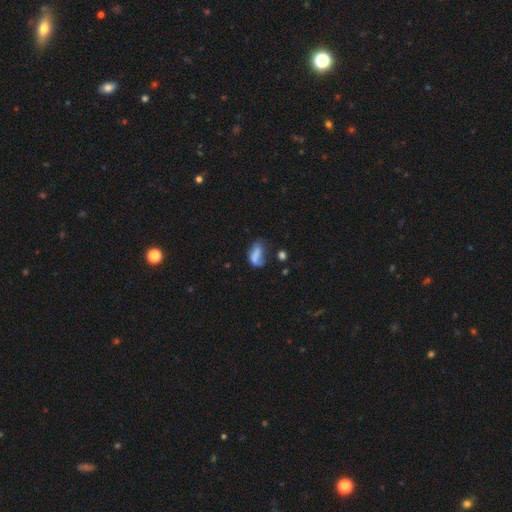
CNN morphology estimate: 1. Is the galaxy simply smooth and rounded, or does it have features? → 63% smooth, 26% featured or disk, 12% star or artifact.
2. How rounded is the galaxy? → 84% in between, 8% round, 8% cigar-shaped.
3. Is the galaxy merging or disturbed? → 30% major disturbance (tied), 30% none (tied), 28% minor disturbance, 11% merger.